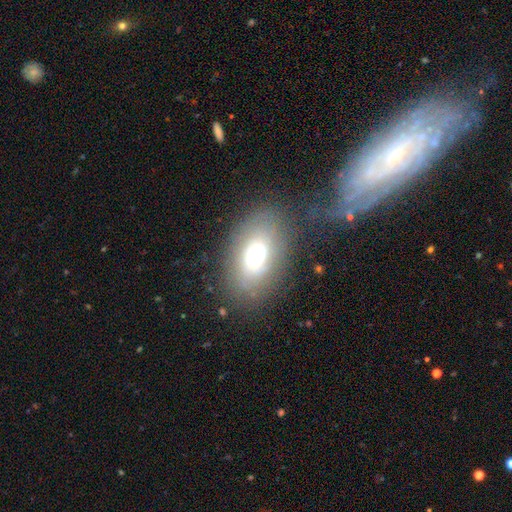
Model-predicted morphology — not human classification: type=smooth (56%); roundness=in between (84%); merging=none (69%).